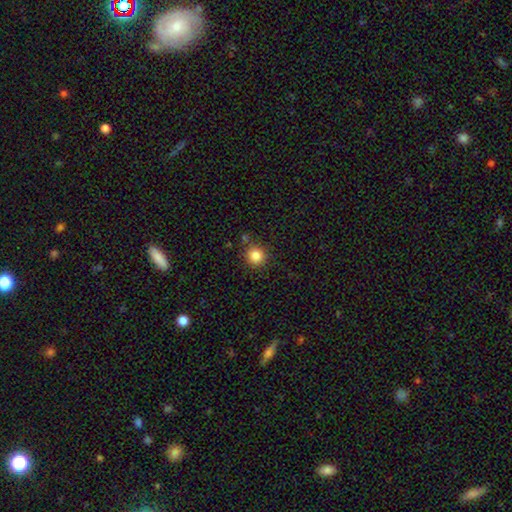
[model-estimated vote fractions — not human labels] A smooth galaxy with no disk features (83%) that is round (93%). Merging: none (84%).